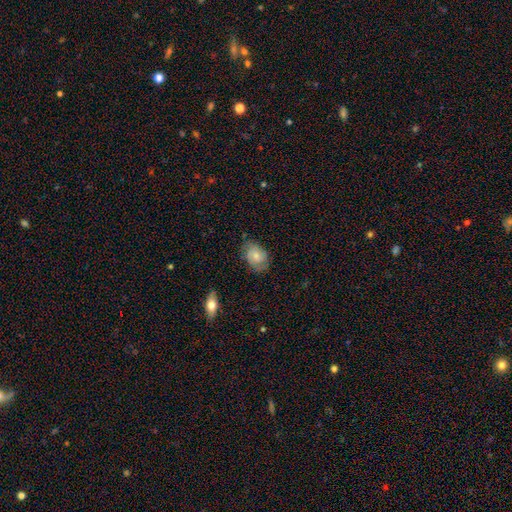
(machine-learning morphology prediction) This is possibly a featured or disk galaxy (47%). Merging: likely none (72%).